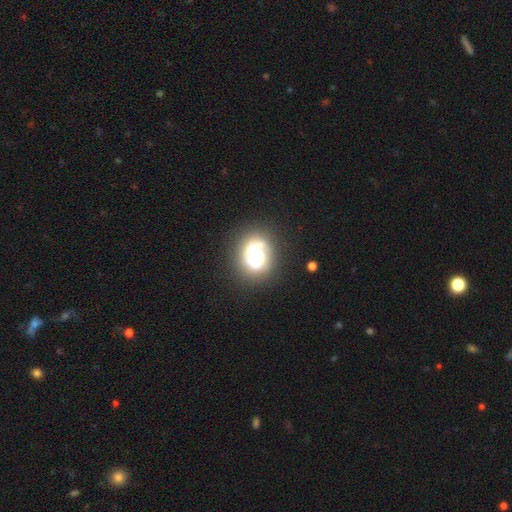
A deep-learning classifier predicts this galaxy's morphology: smooth_or_featured: featured or disk (p=0.62) [alt: smooth p=0.29]
disk_edge_on: no (p=0.97) [alt: yes p=0.03]
bar: no (p=0.65) [alt: weak p=0.27]
has_spiral_arms: yes (p=0.80) [alt: no p=0.20]
bulge_size: moderate (p=0.44) [alt: large p=0.31]
merging: none (p=0.67) [alt: minor disturbance p=0.19]